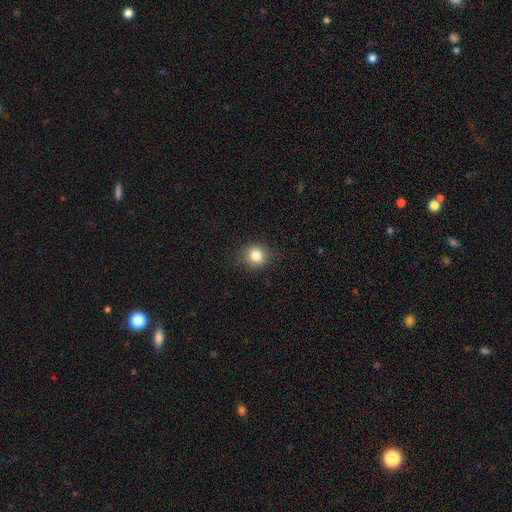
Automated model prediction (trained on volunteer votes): Smooth or featured: smooth — 82% (star or artifact — 11%)
How rounded: round — 76% (in between — 23%)
Merging: none — 88% (minor disturbance — 9%)